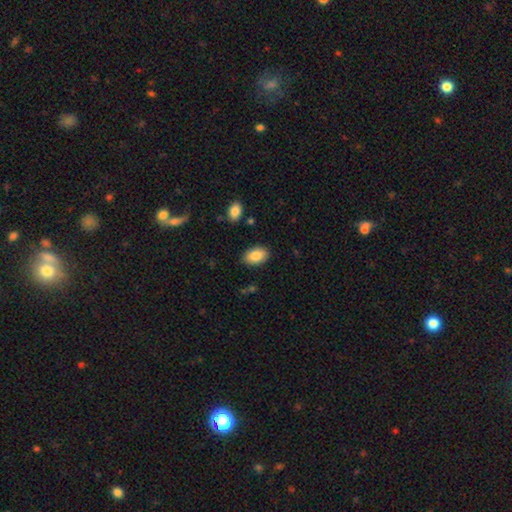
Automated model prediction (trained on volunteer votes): Overall: smooth (86%). How rounded: in between (92%). Merging: none (86%).